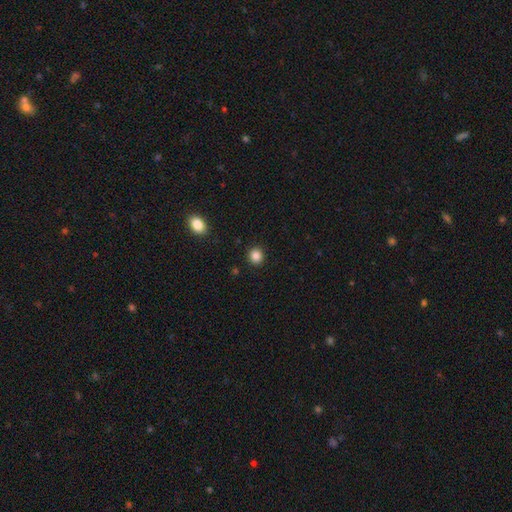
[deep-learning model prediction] Morphology: type=smooth (86%); roundness=round (85%); merging=none (91%).